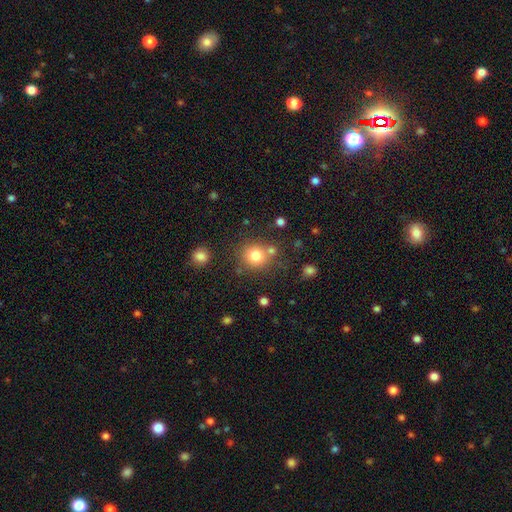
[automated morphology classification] Smooth or featured?
  - smooth: 80% *
  - star or artifact: 12%
  - featured or disk: 8%
How rounded?
  - round: 88% *
  - in between: 12%
  - cigar-shaped: 1%
Merging?
  - none: 71% *
  - merger: 14%
  - minor disturbance: 10%
  - major disturbance: 4%